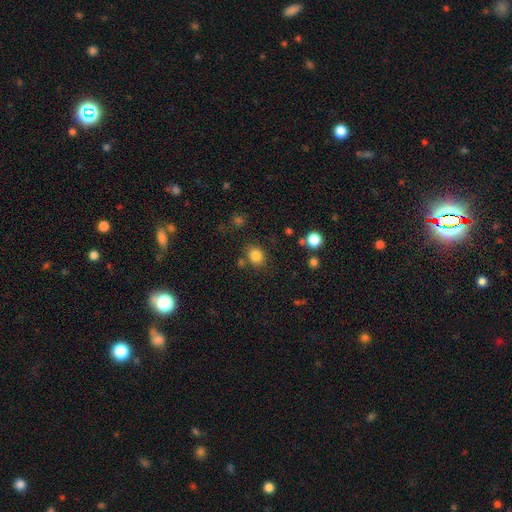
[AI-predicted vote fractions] This appears to be a smooth galaxy with no disk features (83%) that is round (68%). Merging: none (77%).